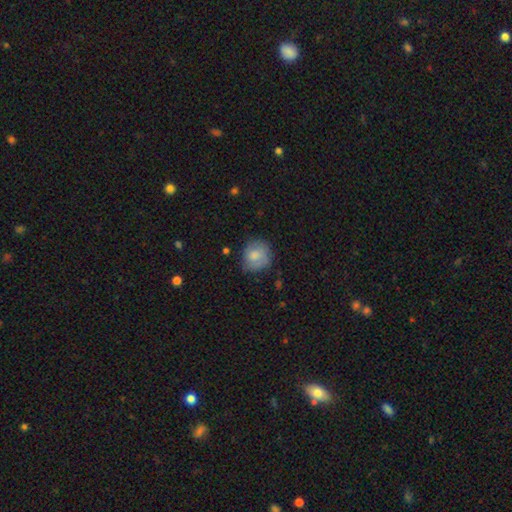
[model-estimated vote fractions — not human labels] smooth-or-featured: smooth: 77% | featured or disk: 15% | star or artifact: 8%
  how-rounded: round: 81% | in between: 18% | cigar-shaped: 1%
  merging: none: 64% | minor disturbance: 26% | major disturbance: 7% | merger: 2%